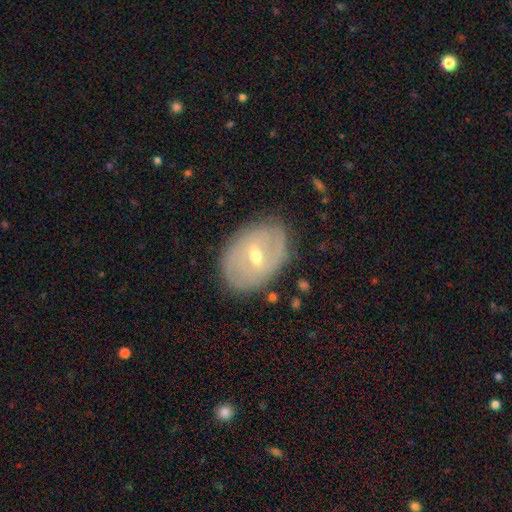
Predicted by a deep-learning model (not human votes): smooth-or-featured: featured or disk: 67% | smooth: 26% | star or artifact: 7%
  disk-edge-on: no: 93% | yes: 7%
    bar: weak: 54% | no: 27% | strong: 19%
    has-spiral-arms: yes: 62% | no: 38%
    bulge-size: moderate: 58% | small: 39% | large: 2% | none: 1% | dominant: 1%
  merging: none: 78% | minor disturbance: 16% | major disturbance: 5% | merger: 1%